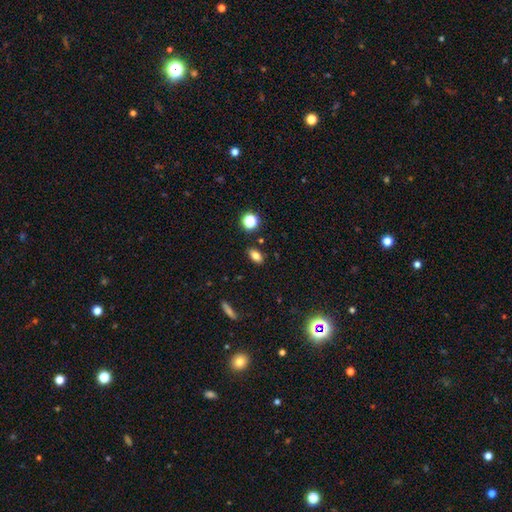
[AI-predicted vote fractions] smooth-or-featured: smooth: 77% | star or artifact: 12% | featured or disk: 11%
  how-rounded: in between: 82% | round: 12% | cigar-shaped: 6%
  merging: none: 86% | minor disturbance: 9% | merger: 2% | major disturbance: 2%